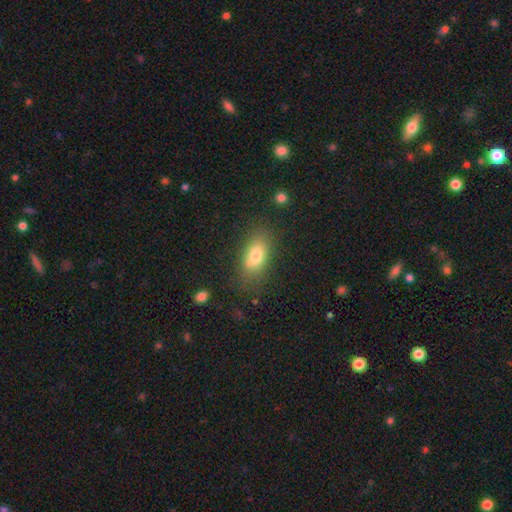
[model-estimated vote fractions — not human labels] Overall: smooth (76%). How rounded: in between (85%). Merging: none (70%).